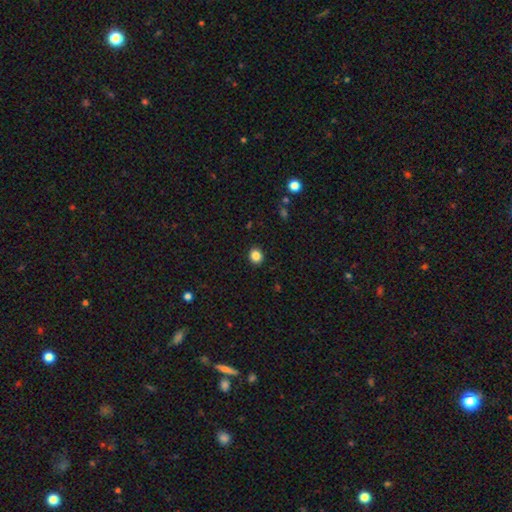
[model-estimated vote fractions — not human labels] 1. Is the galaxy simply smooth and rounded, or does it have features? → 86% smooth, 10% star or artifact, 4% featured or disk.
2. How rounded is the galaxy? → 70% round, 29% in between, 1% cigar-shaped.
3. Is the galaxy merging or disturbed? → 91% none, 6% minor disturbance, 2% major disturbance, 1% merger.